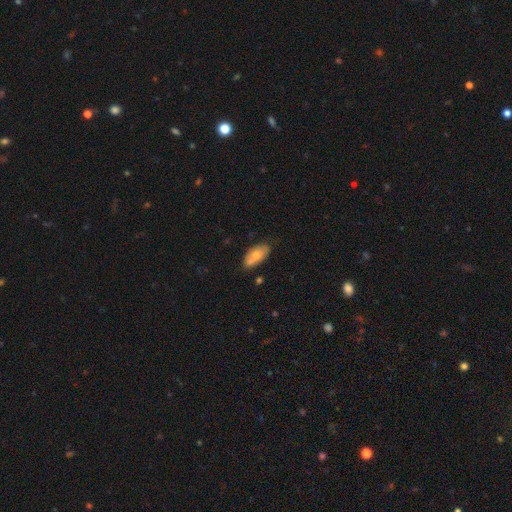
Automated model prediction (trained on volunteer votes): Overall: smooth (69%). How rounded: in between (89%). Merging: none (60%; minor disturbance 21%).